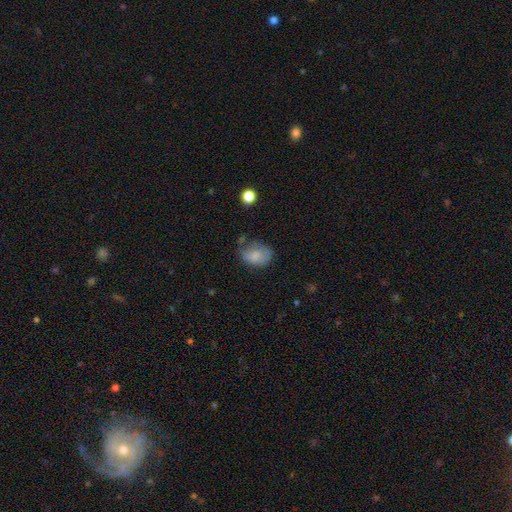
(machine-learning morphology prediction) A smooth galaxy with no disk features (76%) that is in between round and cigar-shaped (69%). Merging: none (49%).